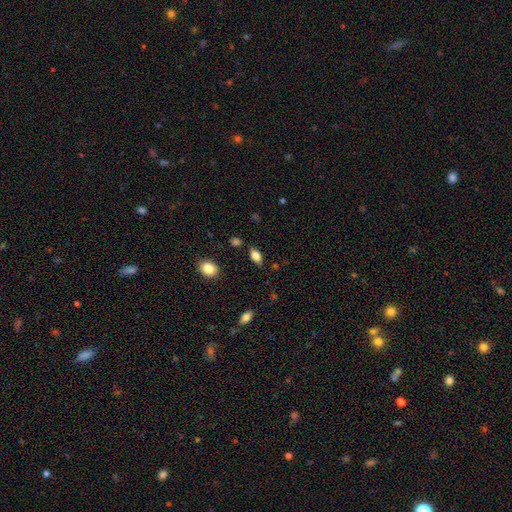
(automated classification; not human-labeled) Overall: smooth (80%). How rounded: in between (88%). Merging: none (81%).